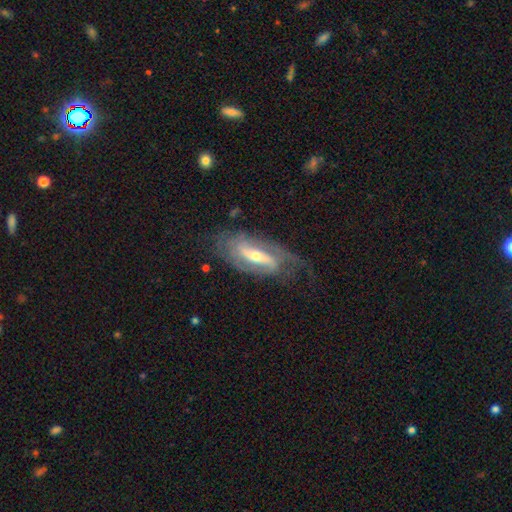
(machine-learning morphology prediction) featured or disk 84%, smooth 10%, star or artifact 5%. Down the decision tree: edge-on disk — no (89%); bar — strong (44%); spiral arms — yes (92%); spiral arm count — 2 (73%); spiral winding — medium (42%); bulge size — moderate (51%); merging — none (65%).